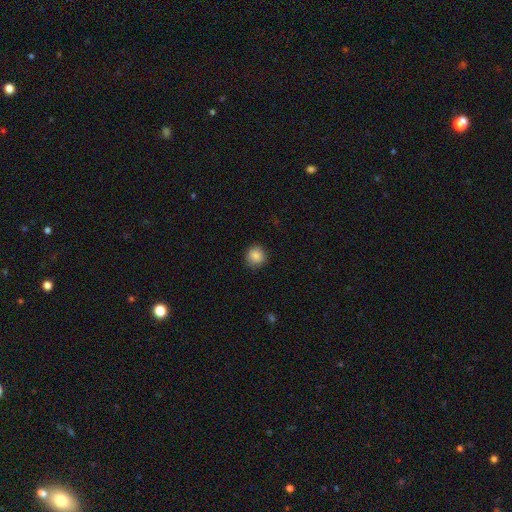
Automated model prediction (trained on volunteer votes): Smooth or featured? Predicted: smooth (p=0.86). How rounded? Predicted: round (p=0.90). Merging? Predicted: none (p=0.87).